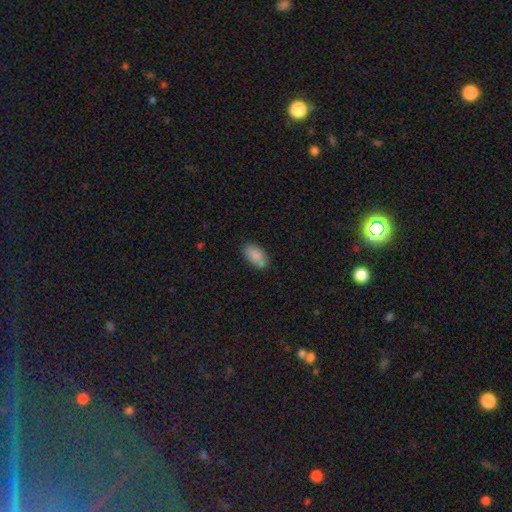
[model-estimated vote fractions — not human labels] A smooth galaxy with no disk features (87%) that is in between round and cigar-shaped (93%).

Vote fractions:
- Smooth or featured? smooth: 87% / star or artifact: 7% / featured or disk: 6%
- How rounded? in between: 93% / cigar-shaped: 4% / round: 3%
- Merging? none: 80% / minor disturbance: 15% / major disturbance: 3% / merger: 1%